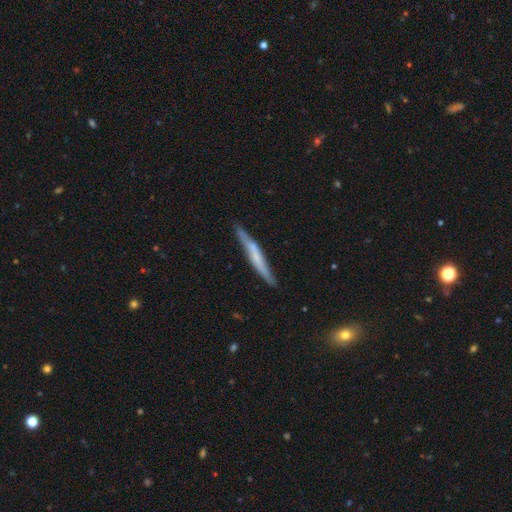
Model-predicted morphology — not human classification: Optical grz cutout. It shows a featured or disk galaxy (51%) viewed edge-on (90%). Merging: none (81%).